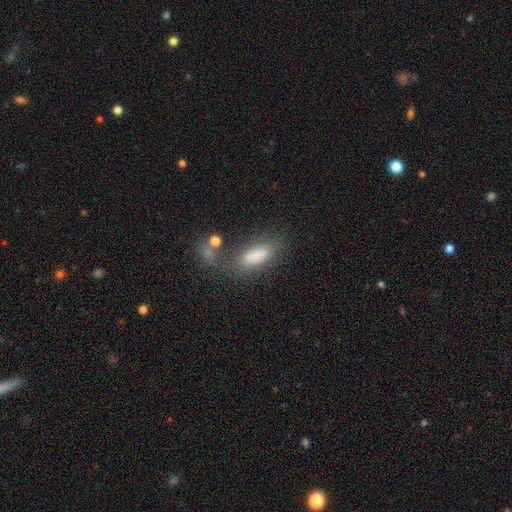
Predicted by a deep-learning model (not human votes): Smooth or featured: smooth — 80% (star or artifact — 10%)
How rounded: in between — 67% (cigar-shaped — 29%)
Merging: none — 56% (minor disturbance — 19%)